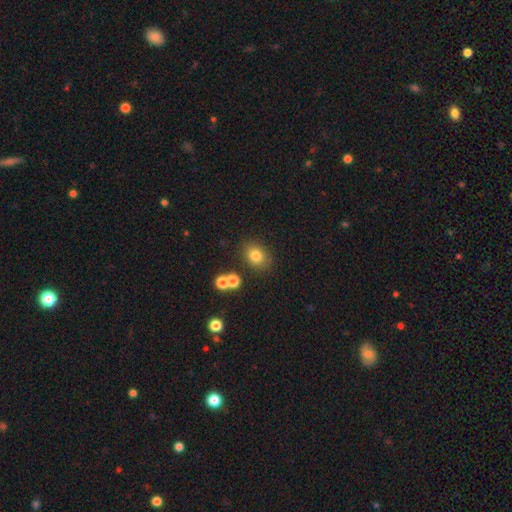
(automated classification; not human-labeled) Smooth or featured? smooth (79%)
How rounded? round (55%)
Merging? none (80%)